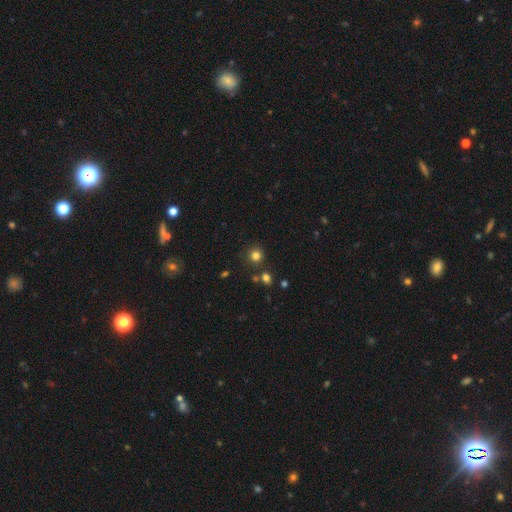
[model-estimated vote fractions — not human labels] This is likely a smooth galaxy (79%). How rounded: clearly round (92%). Merging: clearly none (83%).